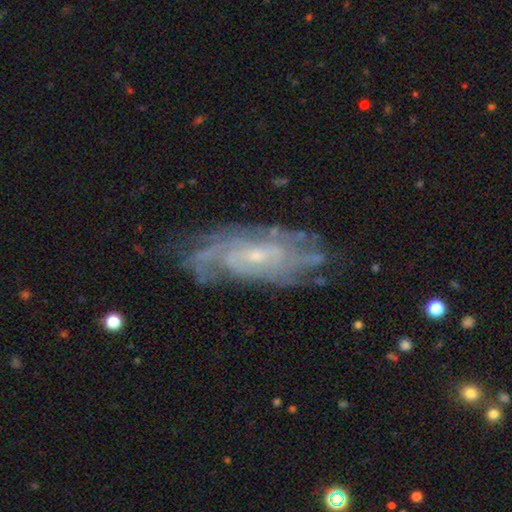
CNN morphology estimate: type=featured or disk (84%); edge-on=no (90%); bar=no (60%); spiral arms=yes (93%); winding=tight (66%); arm count=can't tell (46%); bulge=small (75%); merging=none (73%).